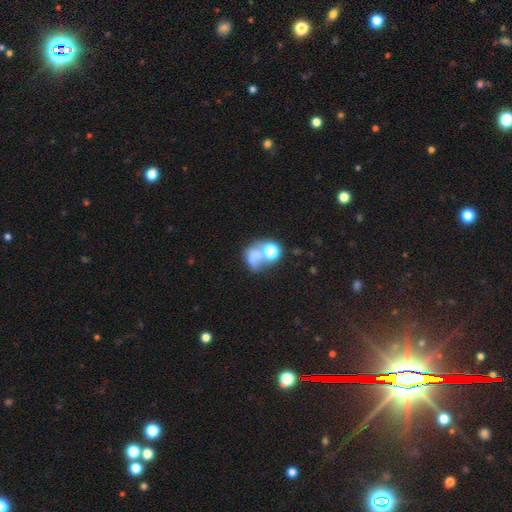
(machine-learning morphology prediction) A smooth galaxy with no disk features (58%) that is round (50%).

Vote fractions:
- Smooth or featured? smooth: 58% / star or artifact: 21% / featured or disk: 21%
- How rounded? round: 50% / in between: 48% / cigar-shaped: 1%
- Merging? merger: 40% / none: 26% / major disturbance: 20% / minor disturbance: 13%